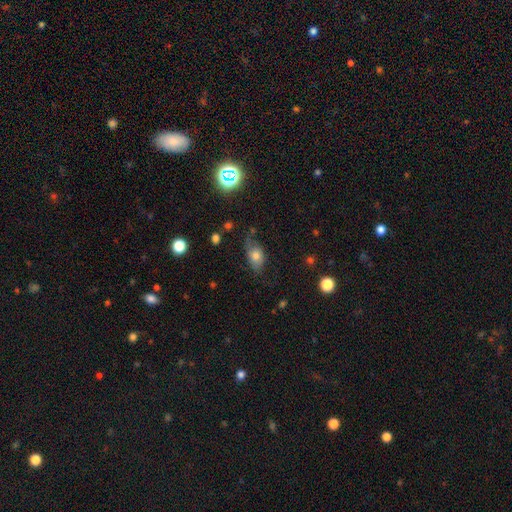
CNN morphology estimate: Overall: smooth (71%). How rounded: in between (85%). Merging: none (54%; minor disturbance 31%).